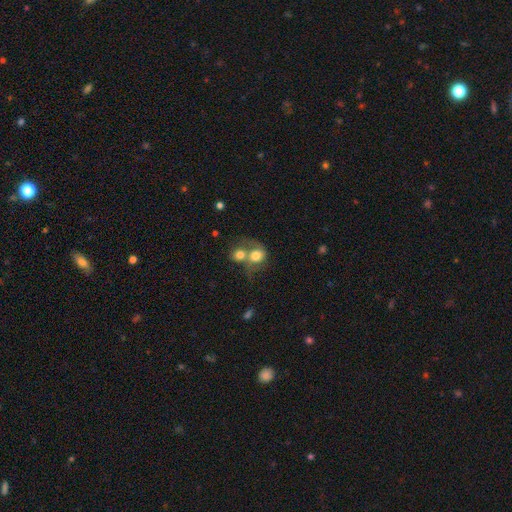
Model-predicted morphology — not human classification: Smooth or featured? Predicted: smooth (p=0.67). How rounded? Predicted: round (p=0.65). Merging? Predicted: merger (p=0.73).